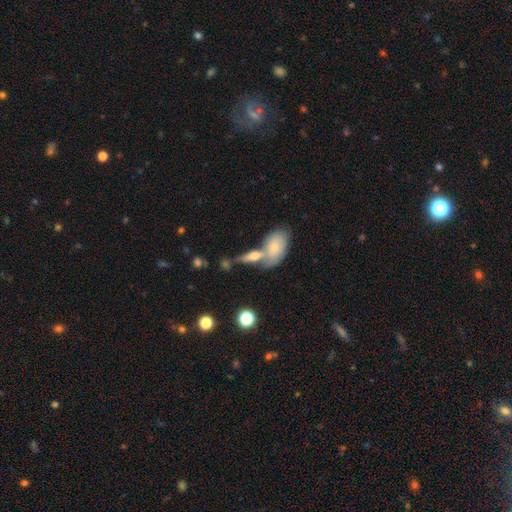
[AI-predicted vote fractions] smooth 56%, featured or disk 32%, star or artifact 12%. Down the decision tree: how rounded — in between (75%); merging — merger (44%).